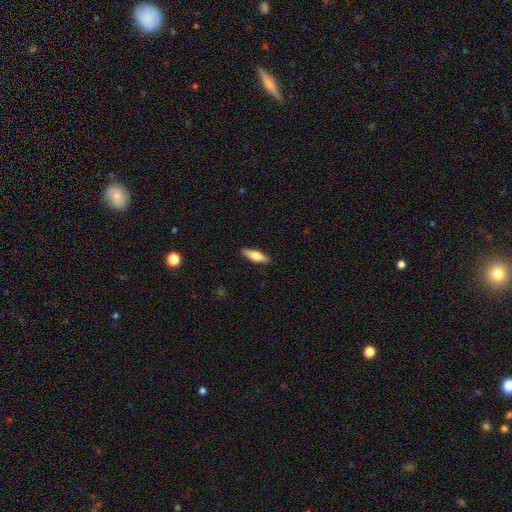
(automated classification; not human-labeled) smooth-or-featured: smooth: 69% | featured or disk: 25% | star or artifact: 6%
  how-rounded: in between: 52% | cigar-shaped: 46% | round: 2%
  merging: none: 89% | minor disturbance: 8% | major disturbance: 2% | merger: 1%